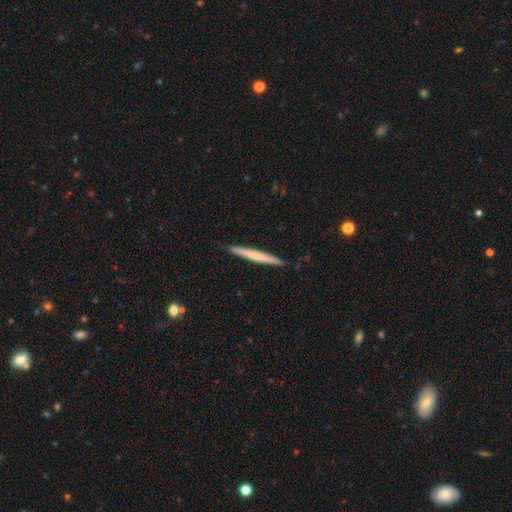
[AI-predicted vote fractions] smooth-or-featured: smooth: 52% | featured or disk: 42% | star or artifact: 5%
  how-rounded: cigar-shaped: 97% | in between: 2% | round: 1%
  merging: none: 90% | minor disturbance: 8% | major disturbance: 1% | merger: 1%